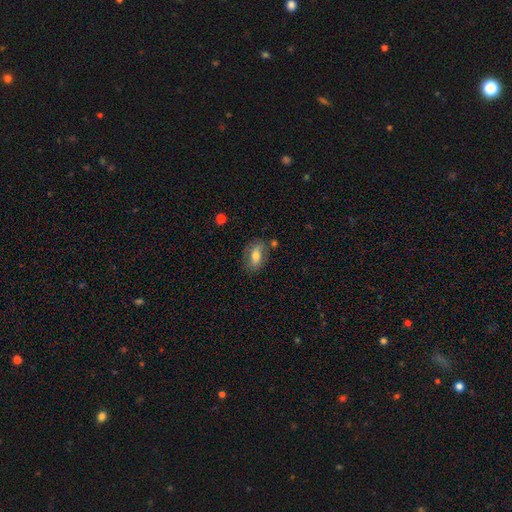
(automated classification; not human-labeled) This is possibly a smooth galaxy (53%). How rounded: clearly in between (80%). Merging: likely none (71%).